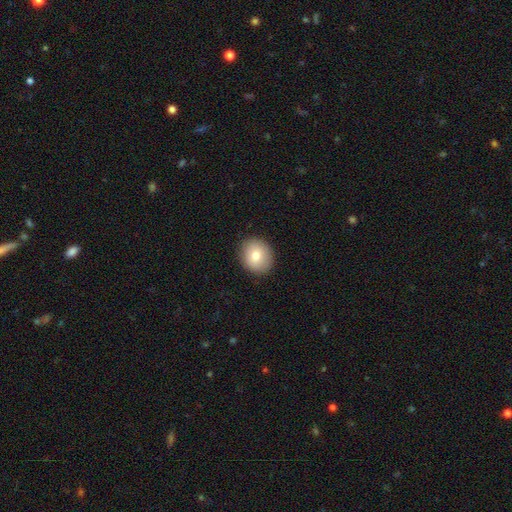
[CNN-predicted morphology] Smooth or featured? smooth (79%)
How rounded? round (71%)
Merging? none (89%)